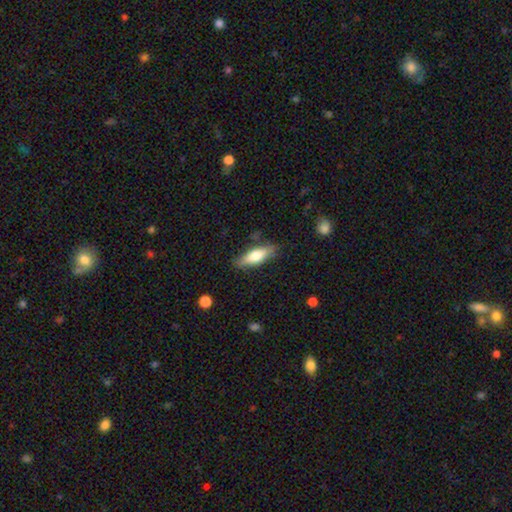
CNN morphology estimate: smooth-or-featured: smooth: 65% | featured or disk: 29% | star or artifact: 6%
  how-rounded: in between: 51% | cigar-shaped: 47% | round: 2%
  merging: none: 81% | minor disturbance: 14% | major disturbance: 3% | merger: 2%